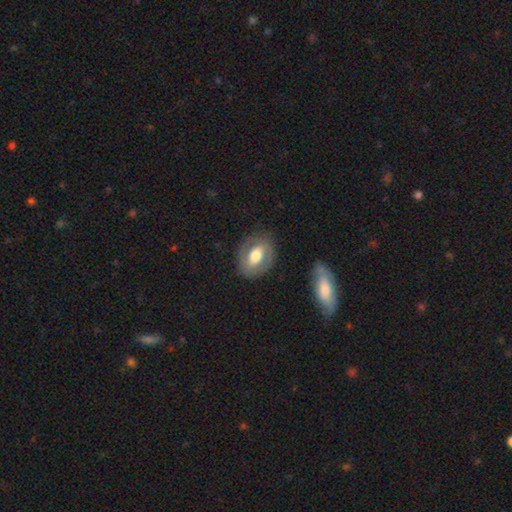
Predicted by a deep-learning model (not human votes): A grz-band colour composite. It shows a featured or disk galaxy (48%). Merging: none (78%).